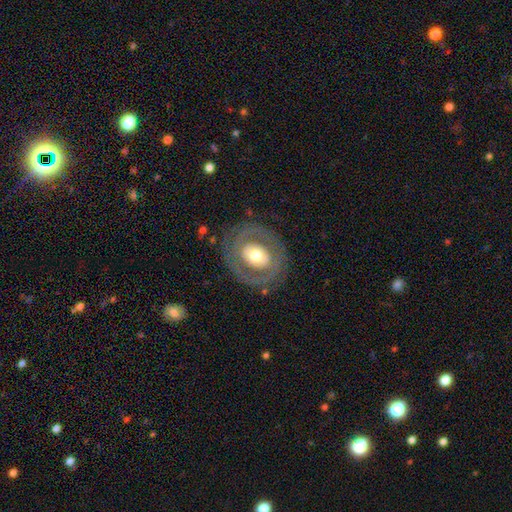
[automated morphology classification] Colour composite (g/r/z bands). It shows a featured or disk galaxy (59%) with no bar (68%), no spiral arms (71%) and a moderate central bulge (59%). Merging: none (80%).